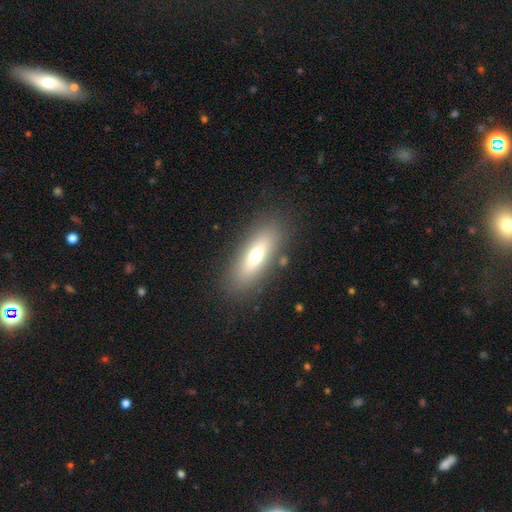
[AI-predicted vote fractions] A smooth galaxy with no disk features (62%) that is in between round and cigar-shaped (54%). Merging: none (84%).